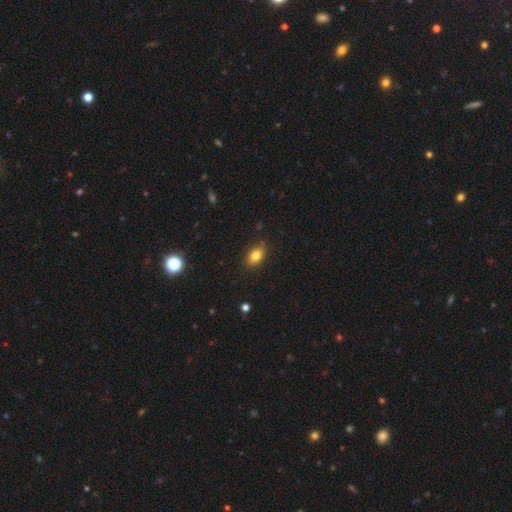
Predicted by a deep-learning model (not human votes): This appears to be a smooth galaxy with no disk features (82%) that is in between round and cigar-shaped (84%). Merging: none (84%).